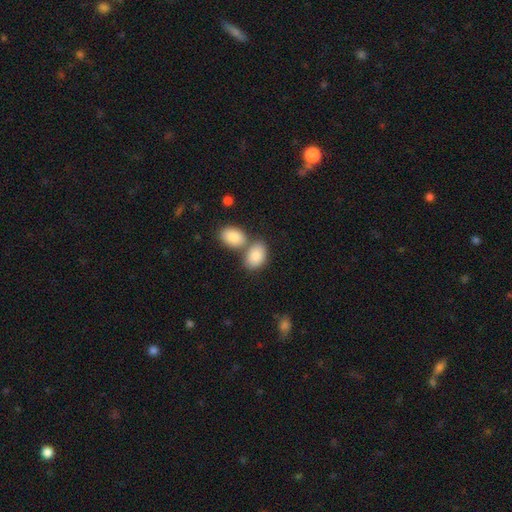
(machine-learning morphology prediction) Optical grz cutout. It shows a smooth galaxy with no disk features (85%) that is in between round and cigar-shaped (87%). Merging: merger (43%).